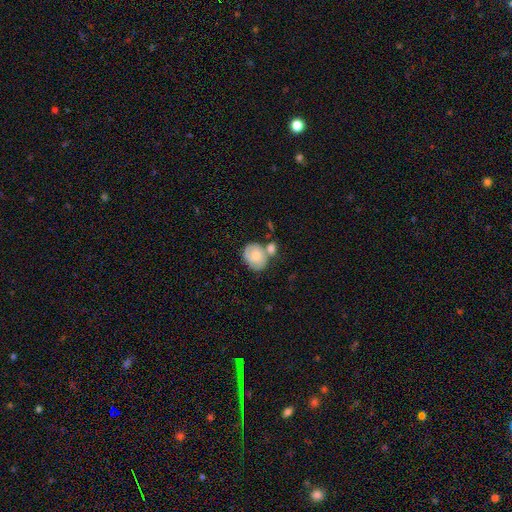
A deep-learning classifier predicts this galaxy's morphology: Q: Smooth or featured?
A: smooth (58%); runner-up: featured or disk (35%)
Q: How rounded?
A: round (53%); runner-up: in between (46%)
Q: Merging?
A: none (37%); tied with: merger (37%)